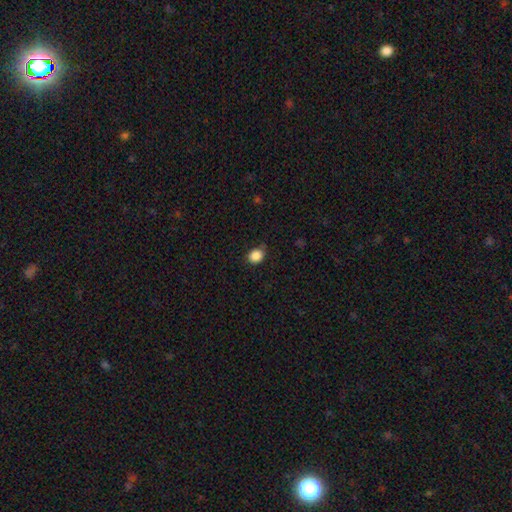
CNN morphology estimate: A smooth galaxy with no disk features (86%) that is round (68%).

Vote fractions:
- Smooth or featured? smooth: 86% / star or artifact: 10% / featured or disk: 3%
- How rounded? round: 68% / in between: 31% / cigar-shaped: 1%
- Merging? none: 77% / minor disturbance: 18% / major disturbance: 3% / merger: 2%